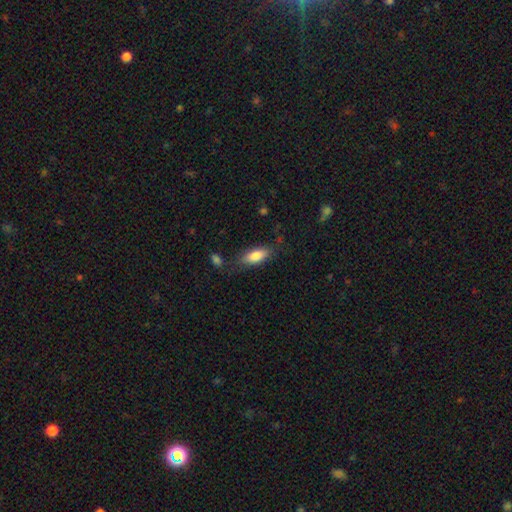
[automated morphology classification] Smooth or featured?
  - smooth: 82% *
  - featured or disk: 12%
  - star or artifact: 7%
How rounded?
  - in between: 79% *
  - cigar-shaped: 19%
  - round: 2%
Merging?
  - none: 73% *
  - minor disturbance: 18%
  - major disturbance: 6%
  - merger: 3%